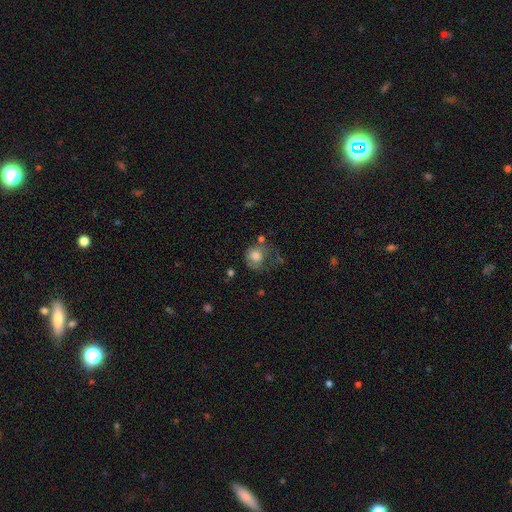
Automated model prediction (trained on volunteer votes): Overall: smooth (71%). How rounded: round (69%; in between 30%). Merging: major disturbance (34%; none 33%).